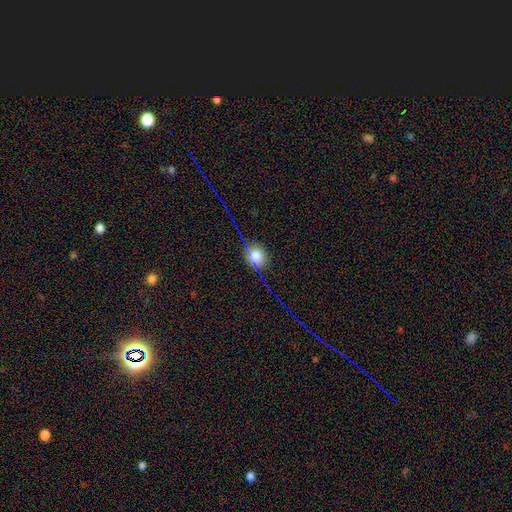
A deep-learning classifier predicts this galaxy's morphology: Smooth or featured? Predicted: smooth (p=0.60). How rounded? Predicted: round (p=0.68). Merging? Predicted: none (p=0.82).